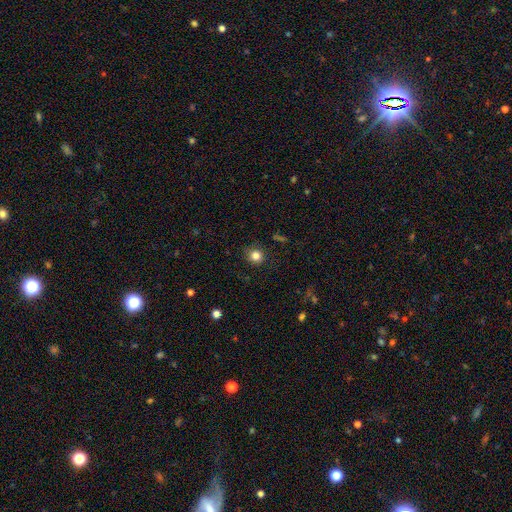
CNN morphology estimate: A smooth galaxy with no disk features (83%) that is round (87%). Merging: none (87%).